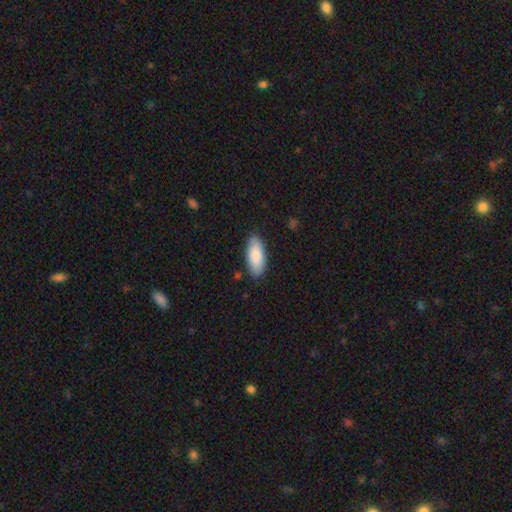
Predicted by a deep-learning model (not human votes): smooth 85%, featured or disk 9%, star or artifact 5%. Down the decision tree: how rounded — in between (87%); merging — none (84%).